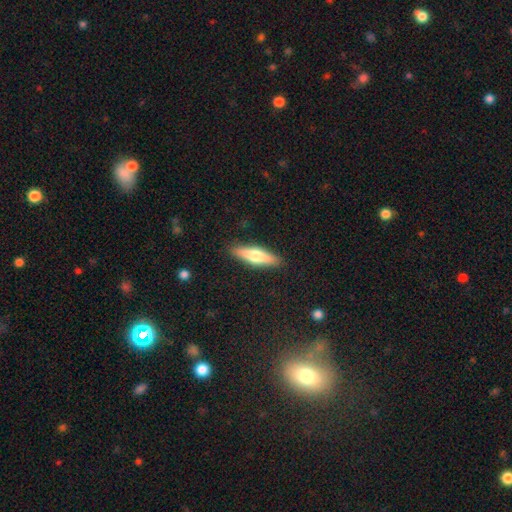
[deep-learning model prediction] Q: Smooth or featured?
A: smooth (57%); runner-up: featured or disk (38%)
Q: How rounded?
A: cigar-shaped (67%); runner-up: in between (31%)
Q: Merging?
A: none (90%); runner-up: minor disturbance (7%)